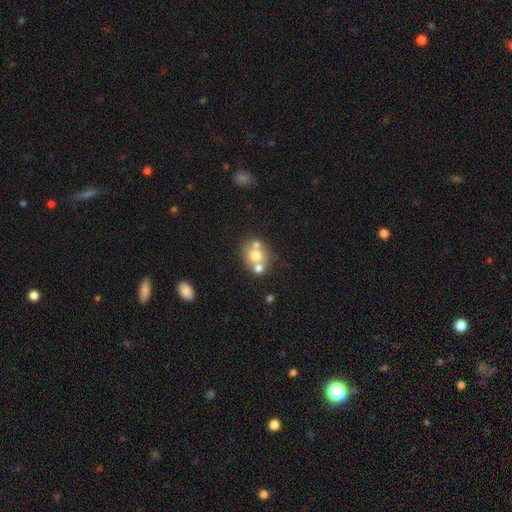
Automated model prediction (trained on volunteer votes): This appears to be a smooth galaxy with no disk features (64%) that is round (68%). Merging: none (47%).